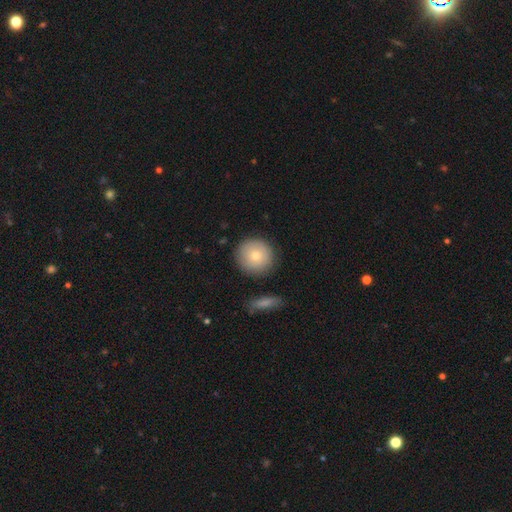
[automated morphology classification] Overall: smooth (77%). How rounded: round (94%). Merging: none (85%).